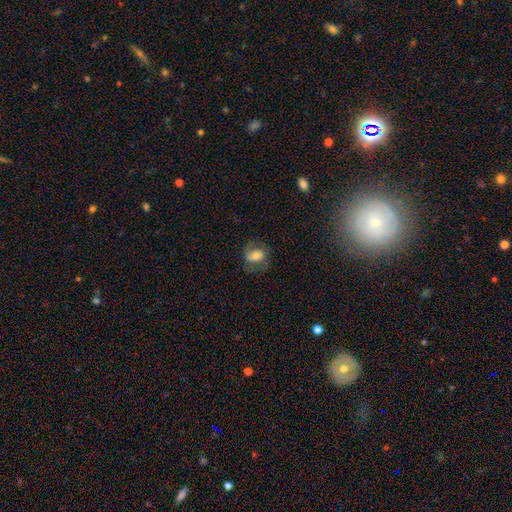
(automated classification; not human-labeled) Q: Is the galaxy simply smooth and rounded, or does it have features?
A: smooth — 54%.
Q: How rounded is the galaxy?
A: in between — 68%.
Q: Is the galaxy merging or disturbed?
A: none — 67%.